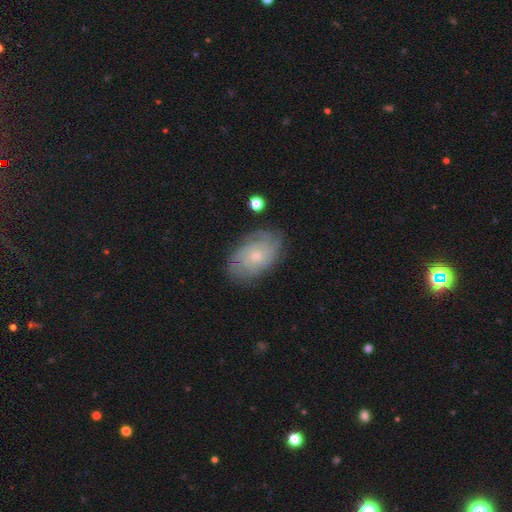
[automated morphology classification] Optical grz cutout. It shows a featured or disk galaxy (65%) with no bar (83%), tight (66%) spiral arms (85%) and a small central bulge (66%). Merging: none (74%).